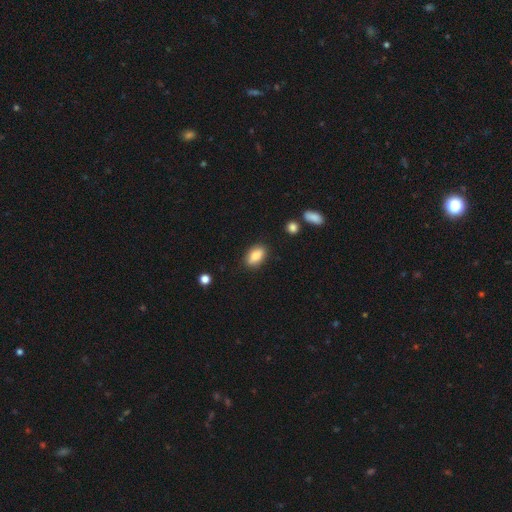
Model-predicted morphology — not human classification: Smooth or featured?
  - smooth: 85% *
  - star or artifact: 7%
  - featured or disk: 7%
How rounded?
  - in between: 89% *
  - round: 7%
  - cigar-shaped: 4%
Merging?
  - none: 86% *
  - minor disturbance: 10%
  - major disturbance: 2%
  - merger: 2%